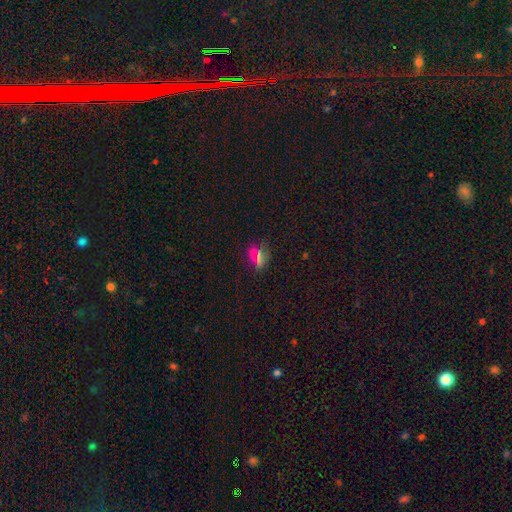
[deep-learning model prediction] Smooth or featured? smooth (56%)
How rounded? round (63%)
Merging? none (78%)